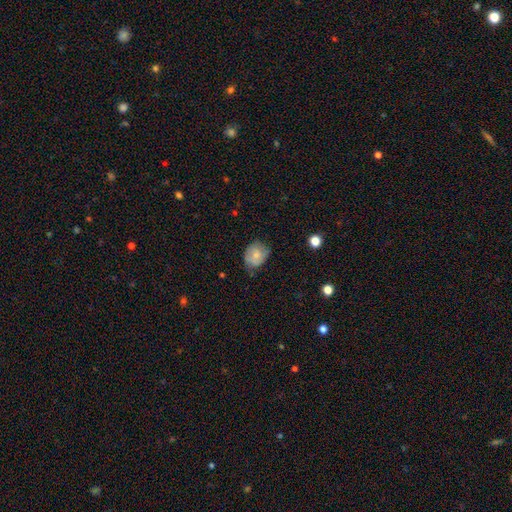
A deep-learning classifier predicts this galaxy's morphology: smooth 63%, featured or disk 29%, star or artifact 8%. Down the decision tree: how rounded — round (54%); merging — none (55%).